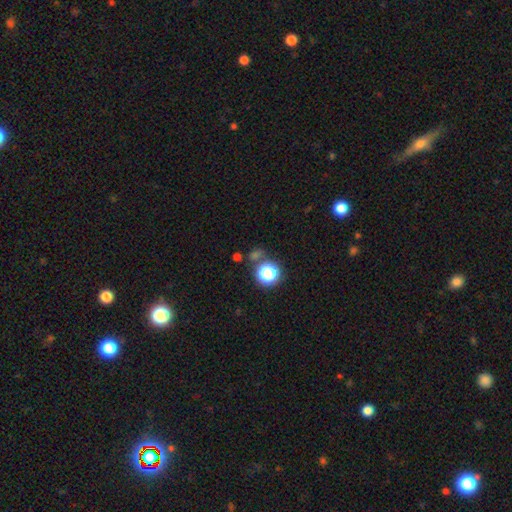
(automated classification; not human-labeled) Overall: smooth (47%; star or artifact 45%). Merging: none (71%).